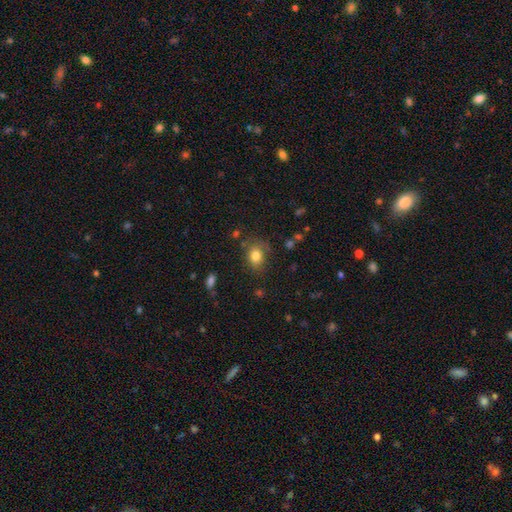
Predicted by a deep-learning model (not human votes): Q: Smooth or featured?
A: smooth (81%); runner-up: star or artifact (11%)
Q: How rounded?
A: in between (57%); runner-up: round (42%)
Q: Merging?
A: none (74%); runner-up: minor disturbance (18%)